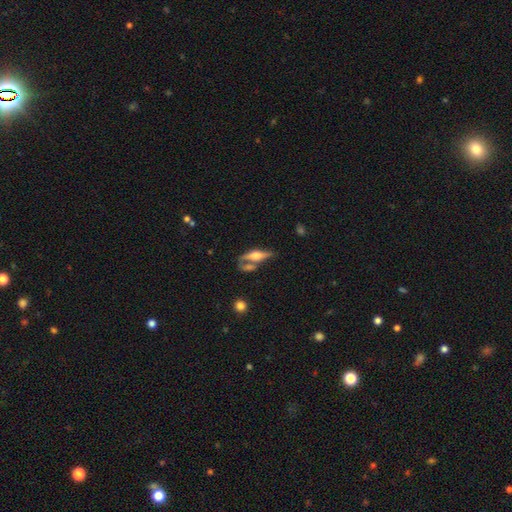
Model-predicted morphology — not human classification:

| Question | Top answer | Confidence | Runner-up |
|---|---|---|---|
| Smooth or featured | featured or disk | 61% | smooth (31%) |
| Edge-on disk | yes | 87% | no (13%) |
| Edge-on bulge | rounded | 86% | boxy (10%) |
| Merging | none | 45% | merger (28%) |